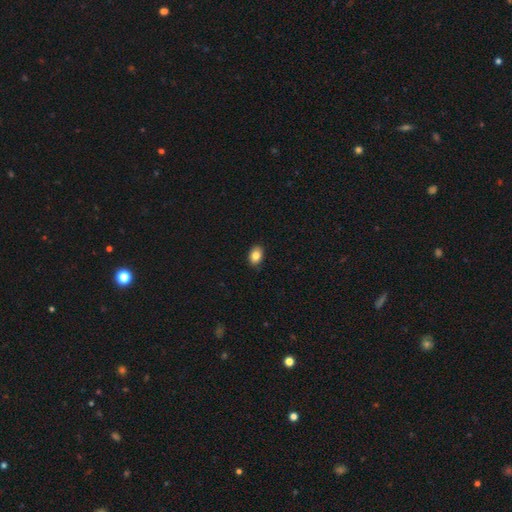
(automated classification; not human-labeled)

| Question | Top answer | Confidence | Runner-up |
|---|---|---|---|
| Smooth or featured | smooth | 84% | star or artifact (8%) |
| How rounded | in between | 78% | round (21%) |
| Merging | none | 87% | minor disturbance (11%) |